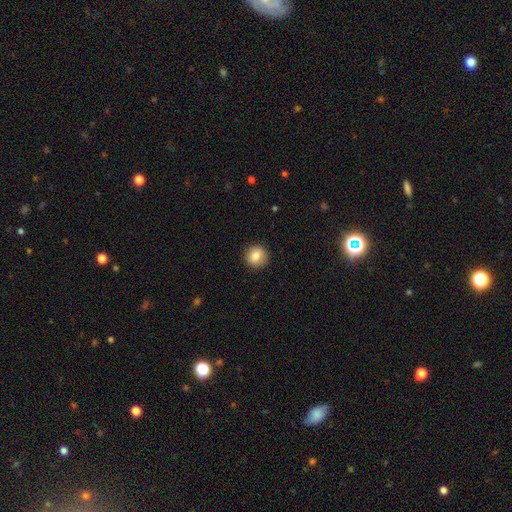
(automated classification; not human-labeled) smooth 83%, star or artifact 9%, featured or disk 9%. Down the decision tree: how rounded — round (93%); merging — none (90%).